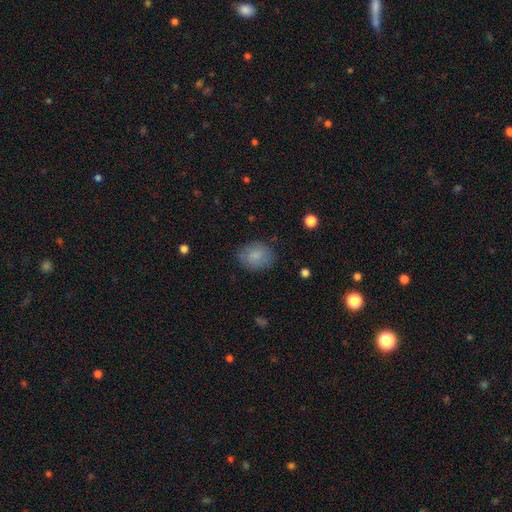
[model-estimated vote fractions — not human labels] A smooth galaxy with no disk features (84%) that is in between round and cigar-shaped (51%). Merging: none (79%).